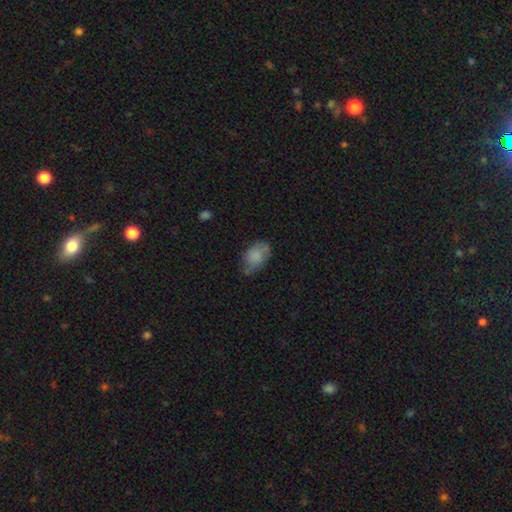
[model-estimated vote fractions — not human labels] This is likely a smooth galaxy (77%). How rounded: clearly in between (88%). Merging: possibly none (59%).